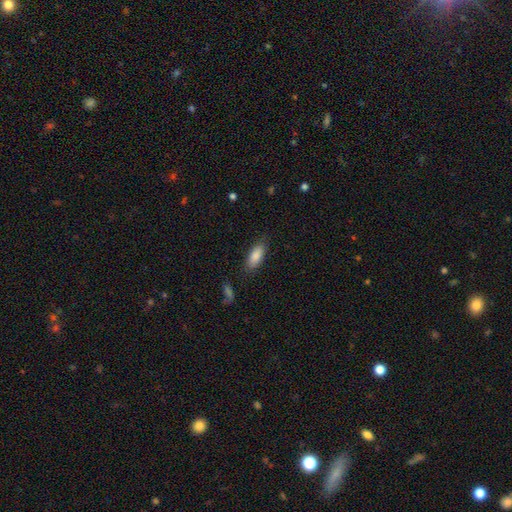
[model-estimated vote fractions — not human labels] Smooth or featured?
  - smooth: 85% *
  - featured or disk: 9%
  - star or artifact: 6%
How rounded?
  - in between: 81% *
  - cigar-shaped: 17%
  - round: 2%
Merging?
  - none: 82% *
  - minor disturbance: 13%
  - major disturbance: 3%
  - merger: 2%